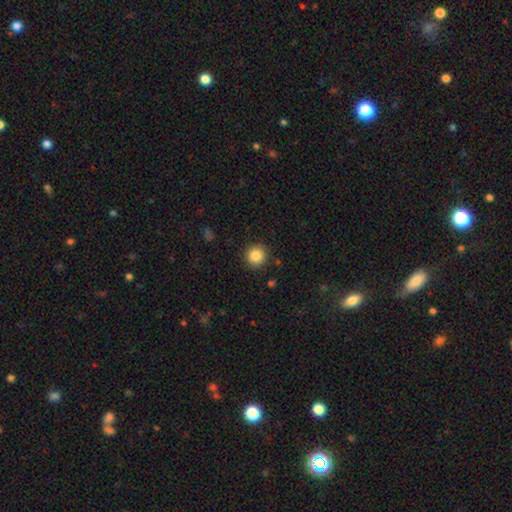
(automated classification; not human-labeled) Overall: smooth (86%). How rounded: round (93%). Merging: none (90%).